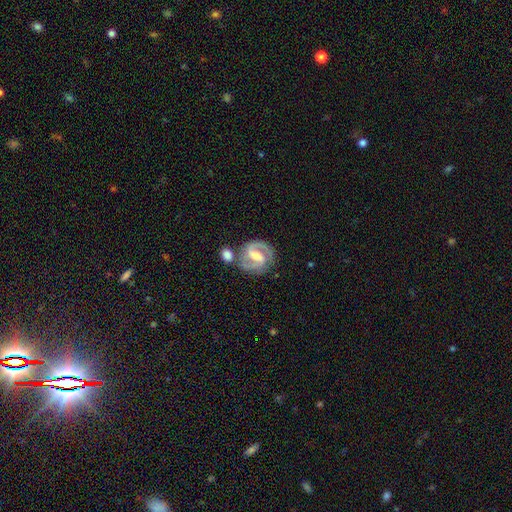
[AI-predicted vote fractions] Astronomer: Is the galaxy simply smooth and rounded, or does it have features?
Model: featured or disk — 87%.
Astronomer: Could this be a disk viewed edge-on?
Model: no — 97%.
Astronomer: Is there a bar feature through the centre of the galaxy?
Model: strong — 54% (runner-up: weak, 37%).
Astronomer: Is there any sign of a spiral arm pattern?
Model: yes — 96%.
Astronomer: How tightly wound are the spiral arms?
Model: medium — 51% (runner-up: tight, 39%).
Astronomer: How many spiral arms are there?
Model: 2 — 89%.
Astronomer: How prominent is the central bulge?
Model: moderate — 47% (runner-up: small, 31%).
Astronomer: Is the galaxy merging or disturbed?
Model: none — 65%.